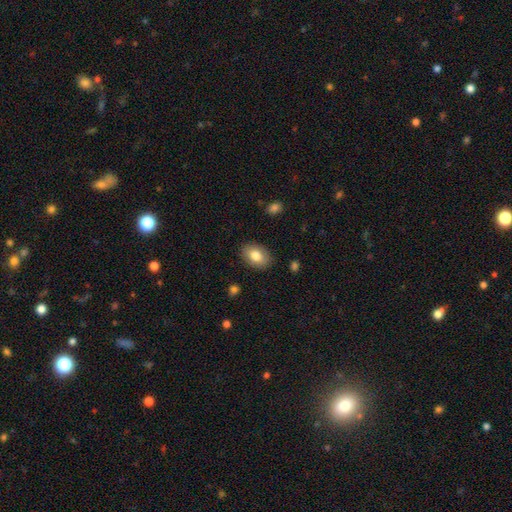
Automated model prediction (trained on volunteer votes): Q: Smooth or featured?
A: smooth (80%); runner-up: featured or disk (13%)
Q: How rounded?
A: in between (82%); runner-up: round (17%)
Q: Merging?
A: none (87%); runner-up: minor disturbance (10%)